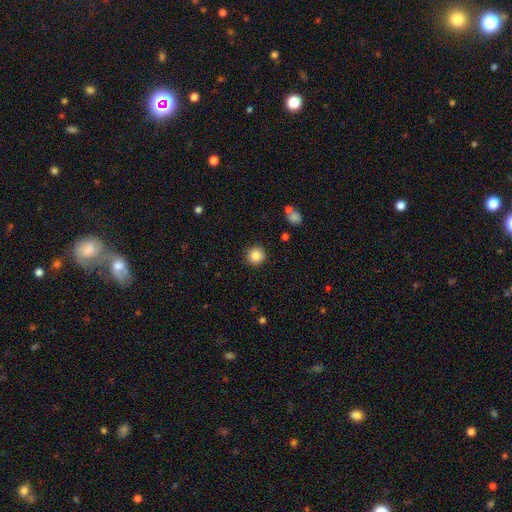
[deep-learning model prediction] Smooth or featured? smooth (86%)
How rounded? round (95%)
Merging? none (91%)